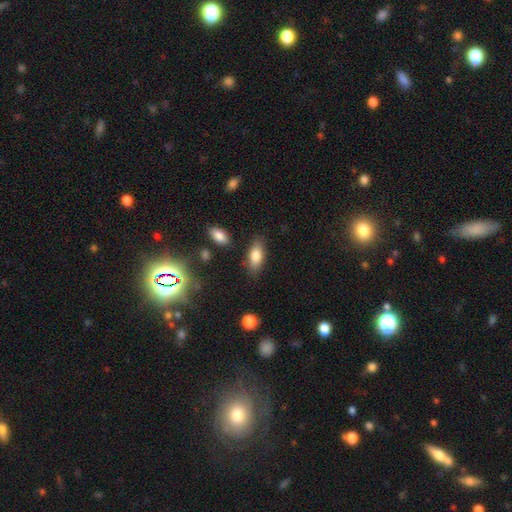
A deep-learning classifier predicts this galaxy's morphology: A smooth galaxy with no disk features (82%) that is in between round and cigar-shaped (86%). Merging: none (81%).